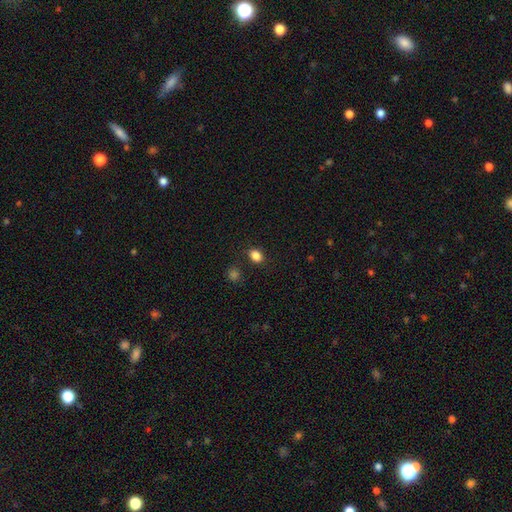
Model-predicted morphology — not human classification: A smooth galaxy with no disk features (84%) that is in between round and cigar-shaped (62%). Merging: none (83%).